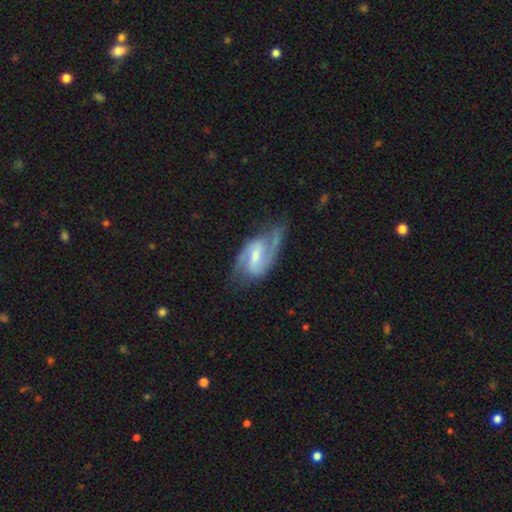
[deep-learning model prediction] Q: Smooth or featured?
A: featured or disk (88%); runner-up: smooth (7%)
Q: Edge-on disk?
A: no (97%); runner-up: yes (3%)
Q: Bar?
A: weak (50%); runner-up: strong (36%)
Q: Spiral arms?
A: yes (97%); runner-up: no (3%)
Q: Spiral winding?
A: medium (56%); runner-up: loose (23%)
Q: Spiral arm count?
A: 2 (90%); runner-up: can't tell (3%)
Q: Bulge size?
A: small (47%); runner-up: moderate (44%)
Q: Merging?
A: none (68%); runner-up: minor disturbance (21%)